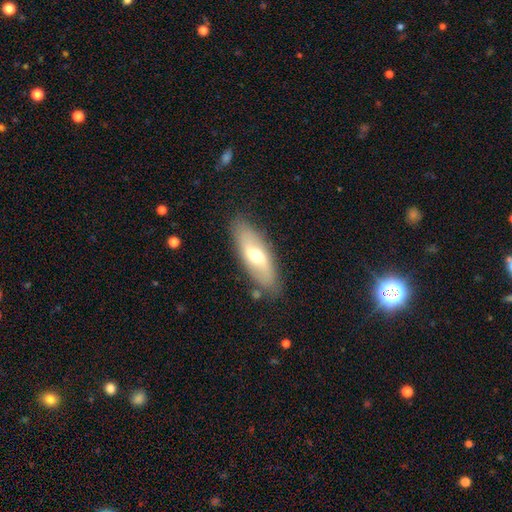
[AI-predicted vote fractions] smooth-or-featured: smooth: 48% | featured or disk: 46% | star or artifact: 6%
  merging: none: 82% | minor disturbance: 12% | major disturbance: 3% | merger: 2%